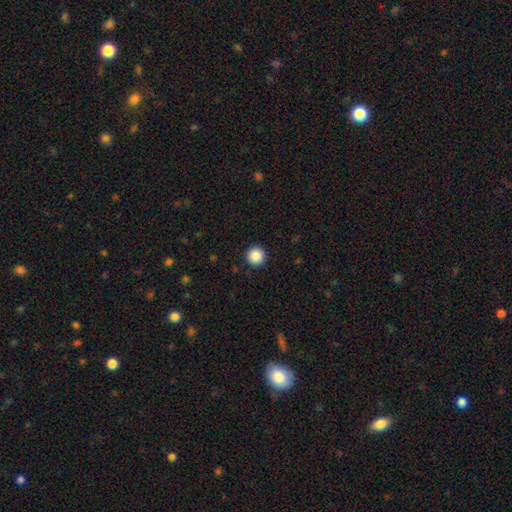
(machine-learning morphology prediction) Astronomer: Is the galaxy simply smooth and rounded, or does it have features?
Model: smooth — 88%.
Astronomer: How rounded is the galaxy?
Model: round — 96%.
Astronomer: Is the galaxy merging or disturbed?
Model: none — 93%.